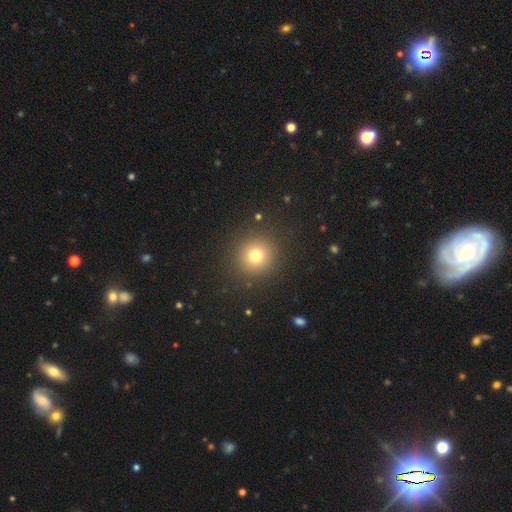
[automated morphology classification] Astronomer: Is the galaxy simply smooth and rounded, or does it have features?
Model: smooth — 75%.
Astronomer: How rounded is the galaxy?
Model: round — 93%.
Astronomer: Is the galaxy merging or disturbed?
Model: none — 90%.